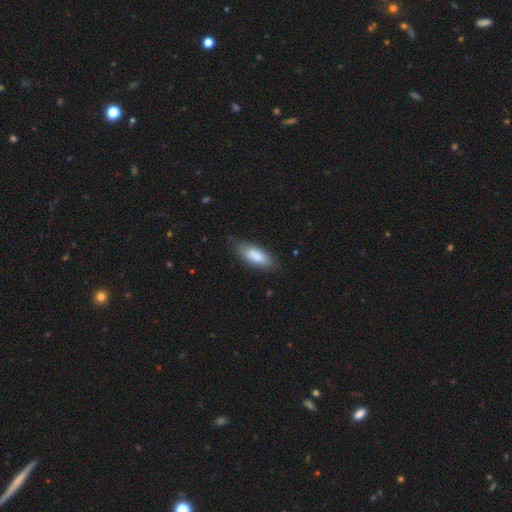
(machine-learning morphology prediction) Smooth or featured?
  - smooth: 85% *
  - featured or disk: 9%
  - star or artifact: 6%
How rounded?
  - in between: 77% *
  - cigar-shaped: 22%
  - round: 2%
Merging?
  - none: 77% *
  - minor disturbance: 18%
  - major disturbance: 3%
  - merger: 2%